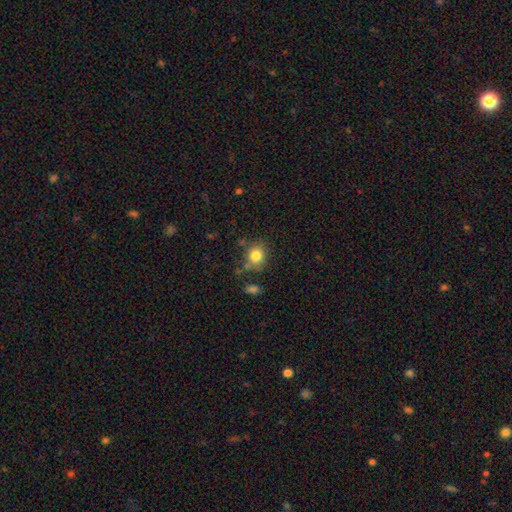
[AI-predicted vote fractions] Smooth or featured? smooth (83%)
How rounded? round (76%)
Merging? none (72%)